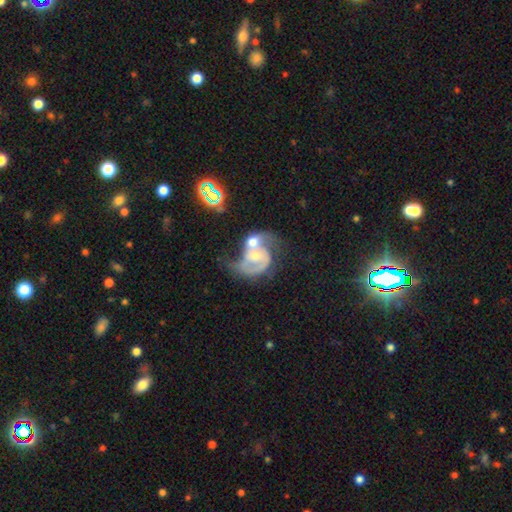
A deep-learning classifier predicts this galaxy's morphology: featured or disk 70%, smooth 22%, star or artifact 8%. Down the decision tree: edge-on disk — no (98%); bar — no (67%); spiral arms — yes (77%); spiral arm count — 2 (59%); spiral winding — medium (42%); bulge size — moderate (54%); merging — merger (65%).